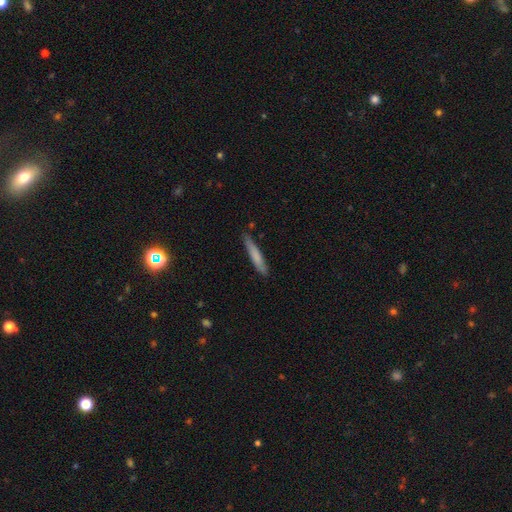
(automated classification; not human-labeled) Q: Smooth or featured?
A: smooth (70%); runner-up: featured or disk (24%)
Q: How rounded?
A: cigar-shaped (94%); runner-up: in between (5%)
Q: Merging?
A: none (82%); runner-up: minor disturbance (14%)